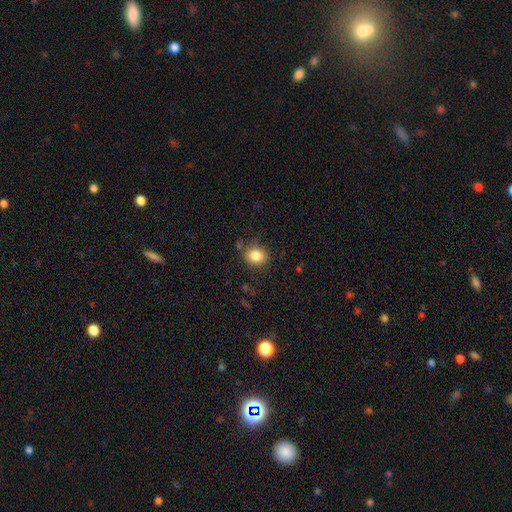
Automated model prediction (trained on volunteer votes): Smooth or featured?
  - smooth: 84% *
  - star or artifact: 10%
  - featured or disk: 6%
How rounded?
  - round: 69% *
  - in between: 30%
  - cigar-shaped: 1%
Merging?
  - none: 81% *
  - minor disturbance: 12%
  - major disturbance: 4%
  - merger: 3%